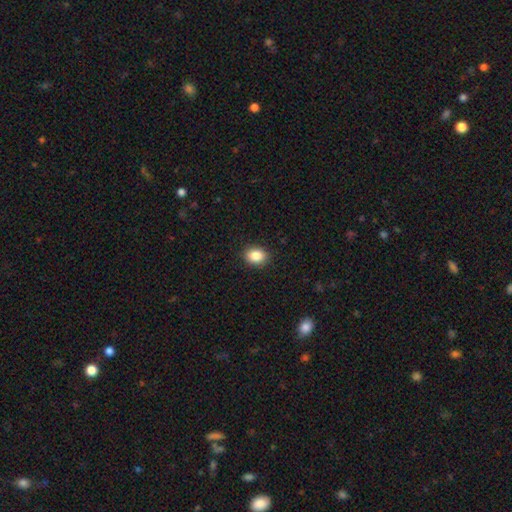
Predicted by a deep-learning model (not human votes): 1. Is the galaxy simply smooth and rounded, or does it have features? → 86% smooth, 9% star or artifact, 5% featured or disk.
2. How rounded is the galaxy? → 62% in between, 37% round, 1% cigar-shaped.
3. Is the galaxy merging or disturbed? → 90% none, 7% minor disturbance, 2% major disturbance, 1% merger.